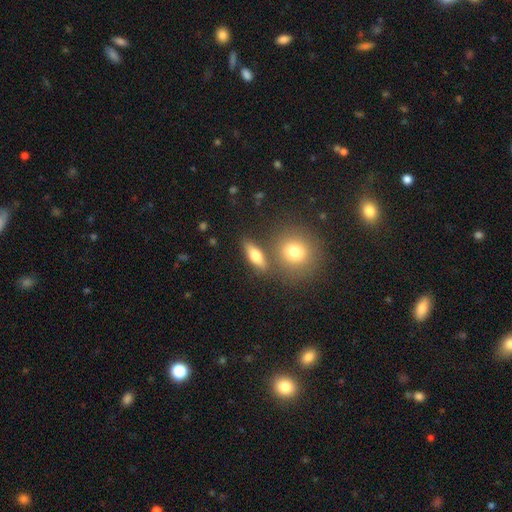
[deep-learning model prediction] This appears to be a smooth galaxy with no disk features (71%) that is in between round and cigar-shaped (56%). Merging: none (72%).